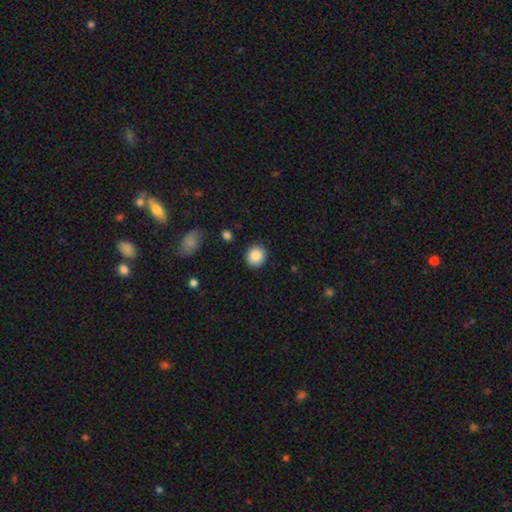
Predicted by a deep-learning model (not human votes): smooth_or_featured: smooth (p=0.88) [alt: star or artifact p=0.08]
how_rounded: round (p=0.85) [alt: in between p=0.14]
merging: none (p=0.89) [alt: minor disturbance p=0.07]